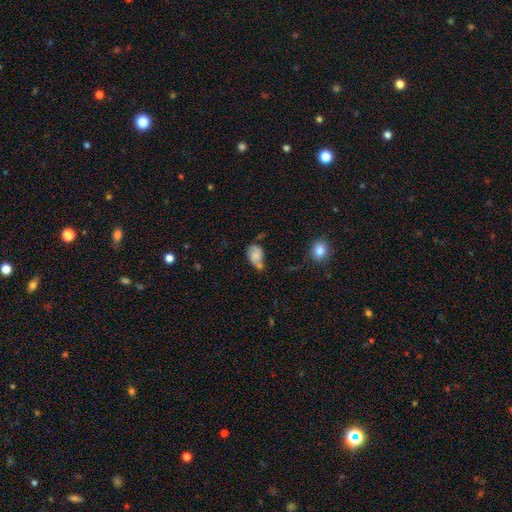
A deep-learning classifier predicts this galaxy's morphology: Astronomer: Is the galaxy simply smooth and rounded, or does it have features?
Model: smooth — 65%.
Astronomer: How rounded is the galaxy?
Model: in between — 83%.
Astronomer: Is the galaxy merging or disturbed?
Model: none — 35% (runner-up: minor disturbance, 29%).